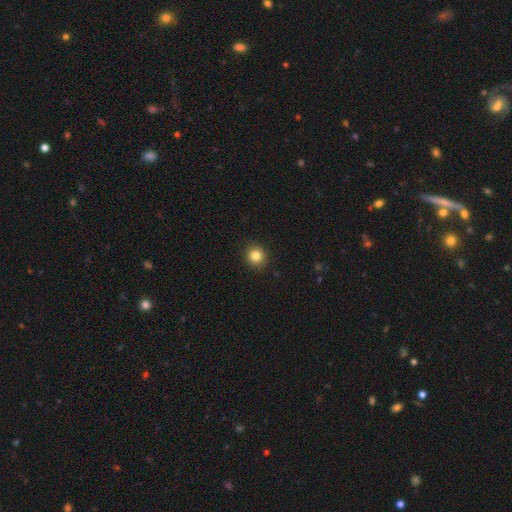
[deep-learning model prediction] A smooth galaxy with no disk features (83%) that is round (89%).

Vote fractions:
- Smooth or featured? smooth: 83% / star or artifact: 11% / featured or disk: 6%
- How rounded? round: 89% / in between: 10% / cigar-shaped: 1%
- Merging? none: 91% / minor disturbance: 6% / major disturbance: 2% / merger: 1%